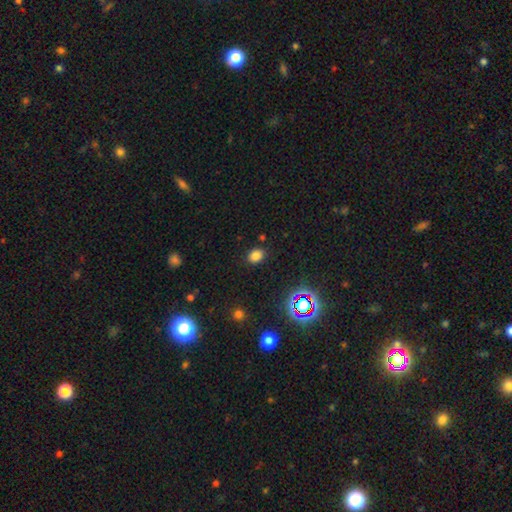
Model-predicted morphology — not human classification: Smooth or featured? smooth (77%)
How rounded? in between (58%)
Merging? none (85%)